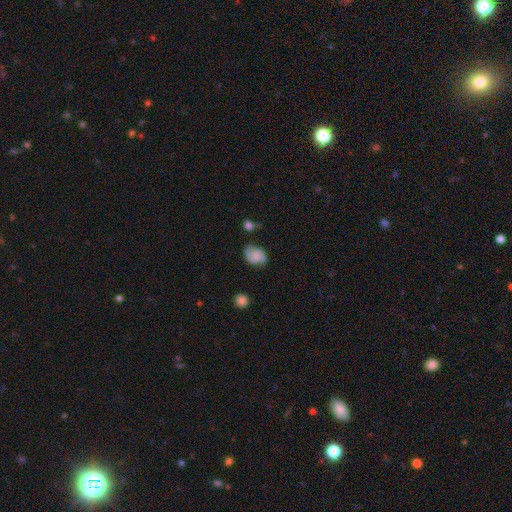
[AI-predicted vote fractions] Overall: featured or disk (49%; smooth 41%). Merging: none (63%; minor disturbance 24%).